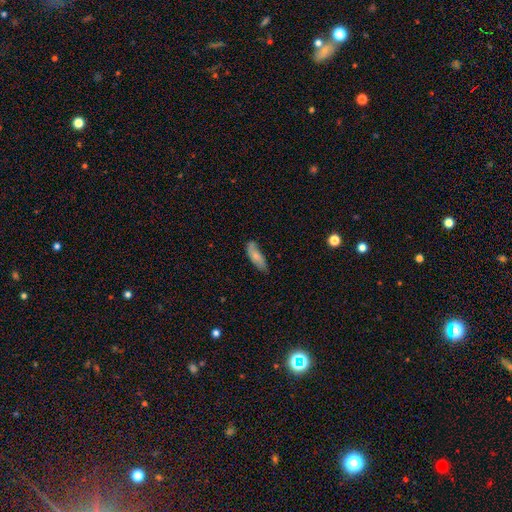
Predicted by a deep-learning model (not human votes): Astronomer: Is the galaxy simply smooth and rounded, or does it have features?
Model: smooth — 70%.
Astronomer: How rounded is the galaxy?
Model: in between — 63%.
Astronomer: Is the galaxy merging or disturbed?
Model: none — 61%.